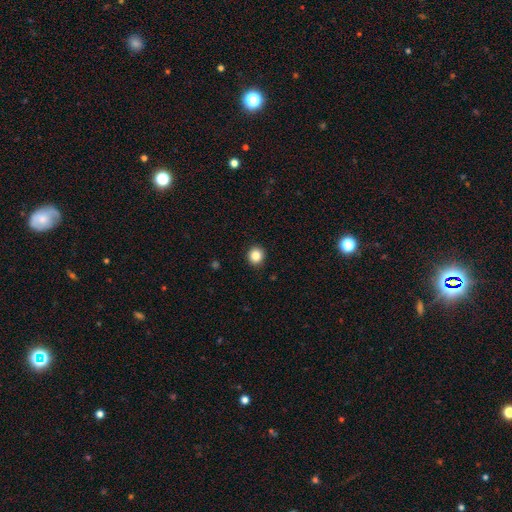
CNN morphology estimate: This appears to be a smooth galaxy with no disk features (85%) that is round (90%). Merging: none (92%).